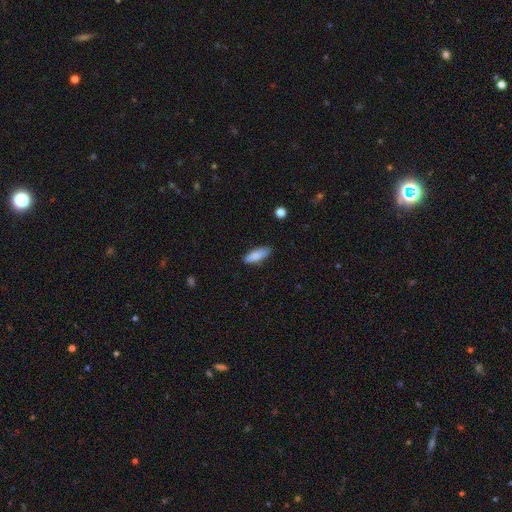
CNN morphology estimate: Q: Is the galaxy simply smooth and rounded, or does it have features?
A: smooth — 84%.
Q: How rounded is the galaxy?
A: in between — 59%.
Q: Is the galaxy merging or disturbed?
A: none — 83%.